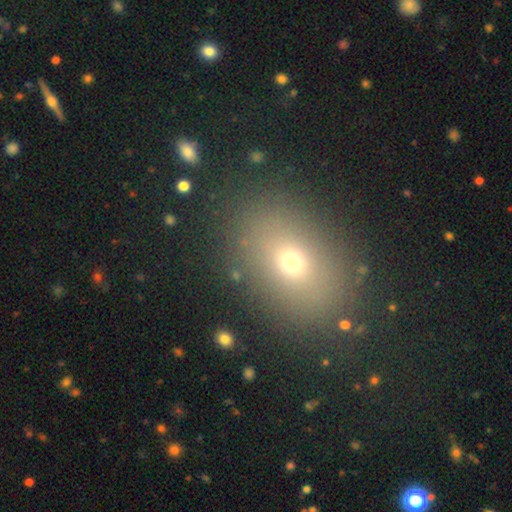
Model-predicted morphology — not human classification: Smooth or featured: smooth — 65% (star or artifact — 22%)
How rounded: in between — 66% (round — 32%)
Merging: none — 86% (minor disturbance — 9%)